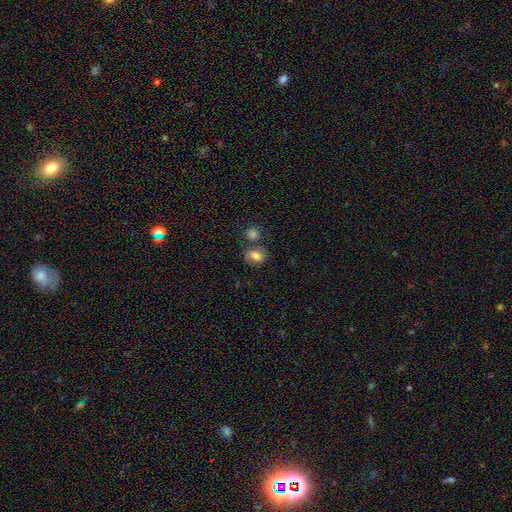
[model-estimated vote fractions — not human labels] Smooth or featured? Predicted: smooth (p=0.76). How rounded? Predicted: in between (p=0.60). Merging? Predicted: none (p=0.54).